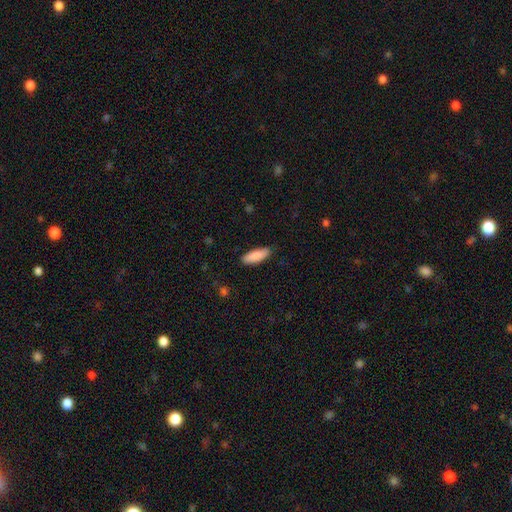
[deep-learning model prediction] Smooth or featured? Predicted: smooth (p=0.88). How rounded? Predicted: in between (p=0.61). Merging? Predicted: none (p=0.84).